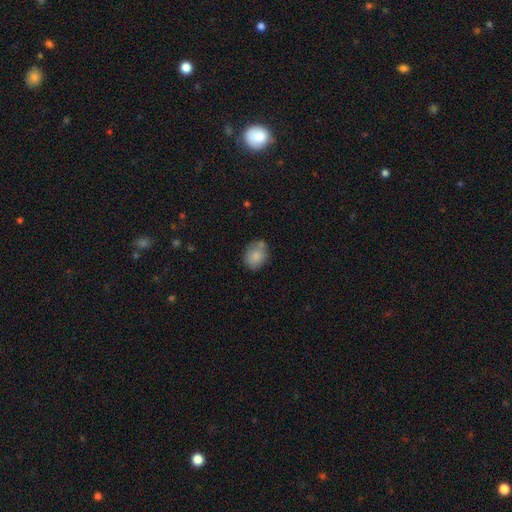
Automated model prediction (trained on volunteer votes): A smooth galaxy with no disk features (82%) that is round (55%).

Vote fractions:
- Smooth or featured? smooth: 82% / featured or disk: 10% / star or artifact: 8%
- How rounded? round: 55% / in between: 44% / cigar-shaped: 1%
- Merging? none: 59% / minor disturbance: 20% / merger: 16% / major disturbance: 5%